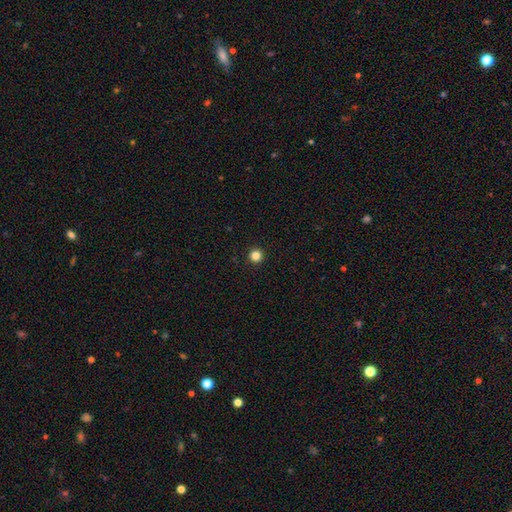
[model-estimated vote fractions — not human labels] Smooth or featured: smooth — 84% (star or artifact — 13%)
How rounded: round — 96% (in between — 3%)
Merging: none — 94% (minor disturbance — 4%)